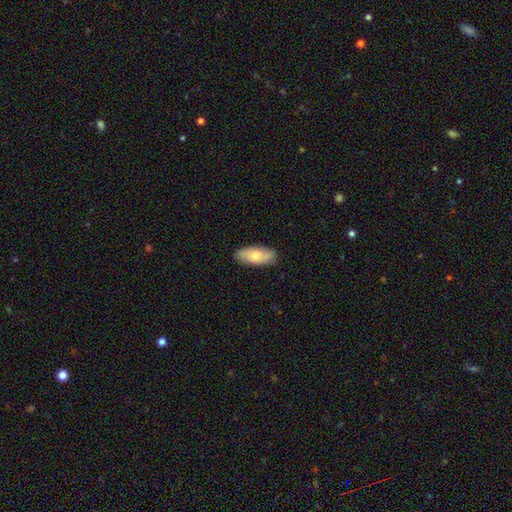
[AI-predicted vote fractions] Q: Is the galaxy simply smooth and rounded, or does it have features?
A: smooth — 75%.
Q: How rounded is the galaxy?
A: in between — 81%.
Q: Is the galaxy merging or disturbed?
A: none — 84%.